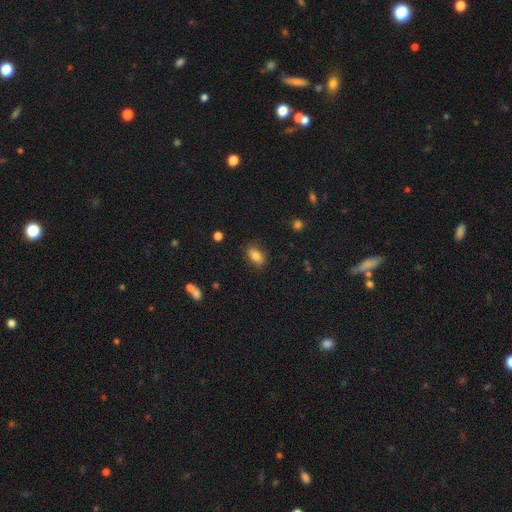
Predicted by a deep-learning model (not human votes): This appears to be a smooth galaxy with no disk features (82%) that is in between round and cigar-shaped (87%). Merging: none (84%).